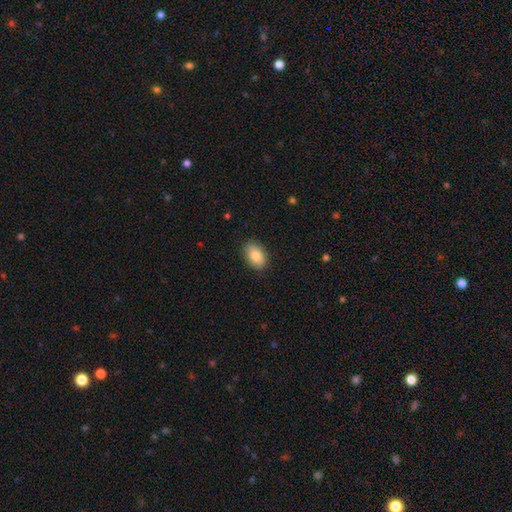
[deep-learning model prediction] This appears to be a smooth galaxy with no disk features (86%) that is in between round and cigar-shaped (89%). Merging: none (87%).